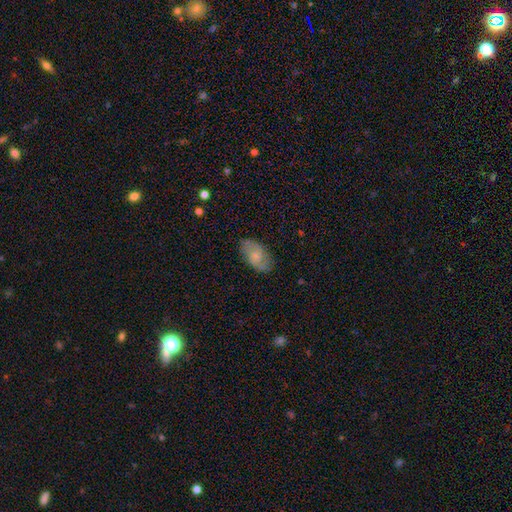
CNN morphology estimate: Smooth or featured?
  - featured or disk: 49% *
  - smooth: 43%
  - star or artifact: 8%
Merging?
  - none: 78% *
  - minor disturbance: 16%
  - major disturbance: 4%
  - merger: 1%